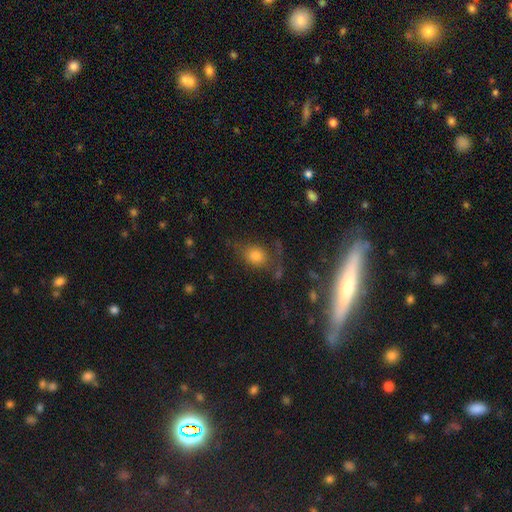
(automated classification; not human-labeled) Smooth or featured: smooth — 66% (star or artifact — 17%)
How rounded: round — 49% (in between — 48%)
Merging: none — 55% (minor disturbance — 22%)